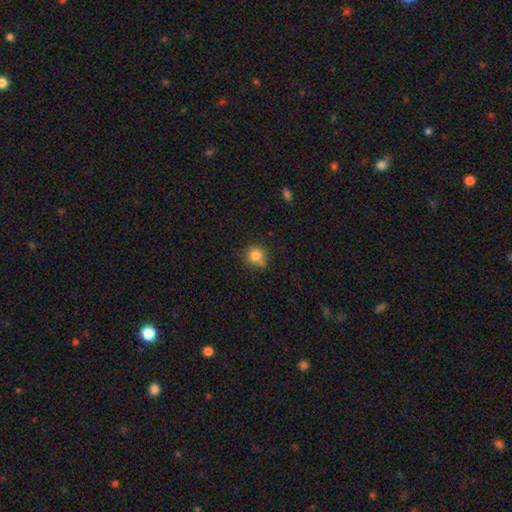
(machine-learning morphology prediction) This is clearly a smooth galaxy (82%). How rounded: clearly round (89%). Merging: likely none (68%).